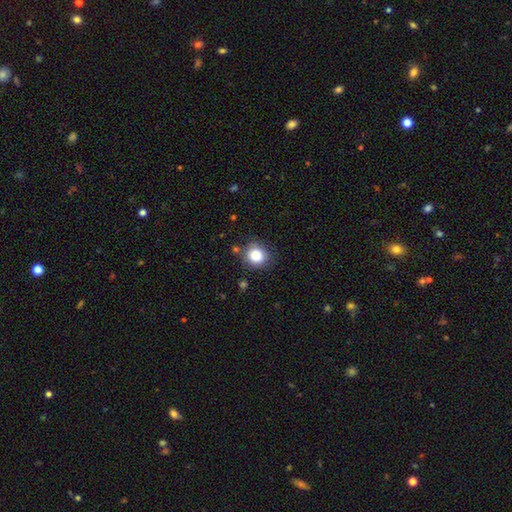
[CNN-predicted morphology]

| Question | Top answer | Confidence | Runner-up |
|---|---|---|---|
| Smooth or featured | smooth | 84% | star or artifact (10%) |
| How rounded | round | 85% | in between (14%) |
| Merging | none | 81% | minor disturbance (12%) |